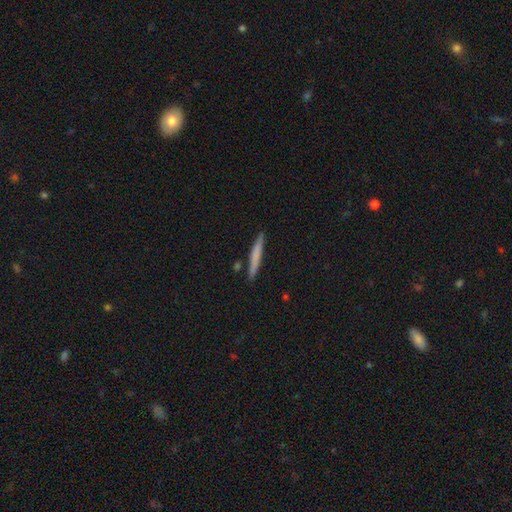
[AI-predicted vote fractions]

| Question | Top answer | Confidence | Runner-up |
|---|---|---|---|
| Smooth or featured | smooth | 64% | featured or disk (30%) |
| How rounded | cigar-shaped | 96% | in between (3%) |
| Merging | none | 88% | minor disturbance (8%) |